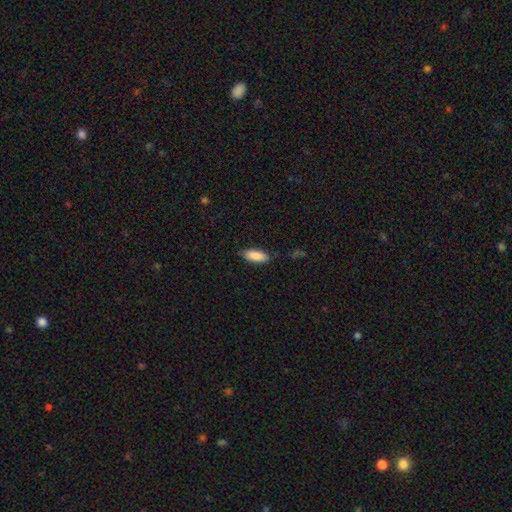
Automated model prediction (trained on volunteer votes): This is clearly a smooth galaxy (88%). How rounded: clearly in between (80%). Merging: clearly none (83%).